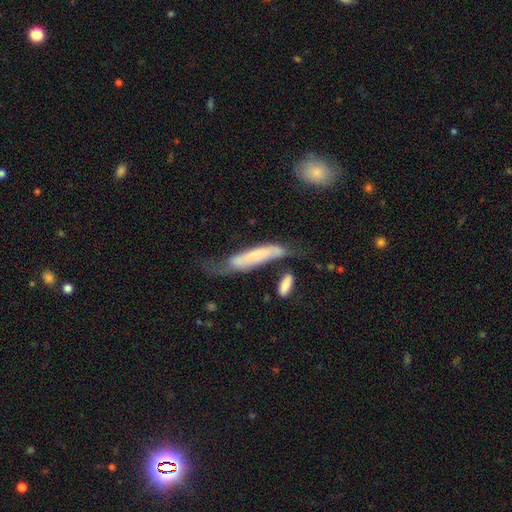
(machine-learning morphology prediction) Overall: smooth (50%; featured or disk 42%). How rounded: cigar-shaped (74%). Merging: major disturbance (32%; none 26%).